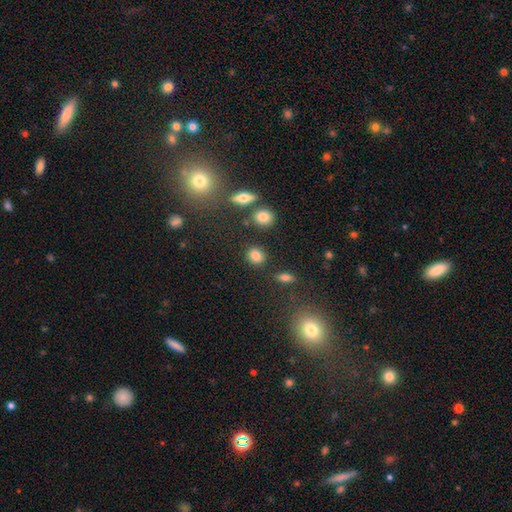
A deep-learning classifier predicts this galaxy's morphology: type=smooth (83%); roundness=round (70%); merging=none (85%).